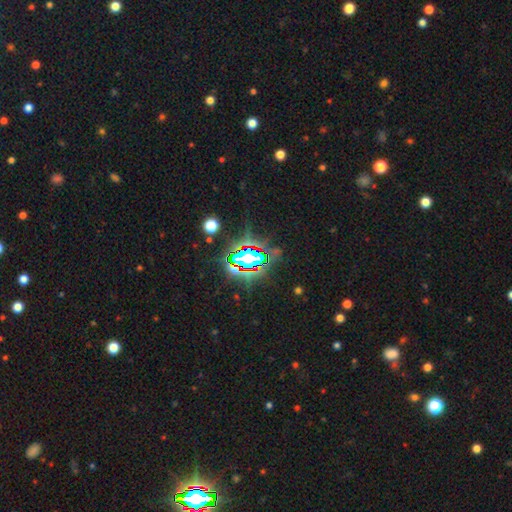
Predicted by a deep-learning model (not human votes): The model was most divided on "smooth or featured": star or artifact: 78%, smooth: 12%, featured or disk: 10%.